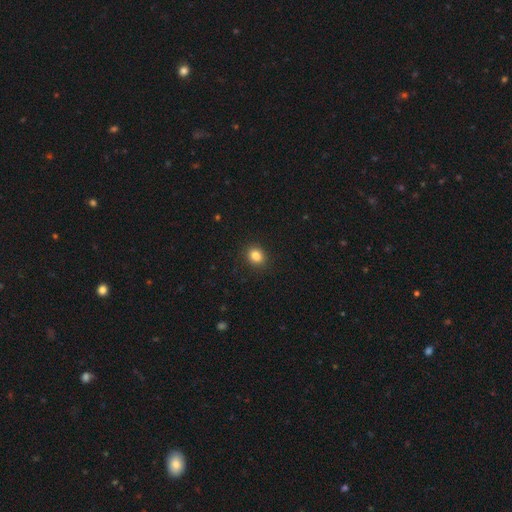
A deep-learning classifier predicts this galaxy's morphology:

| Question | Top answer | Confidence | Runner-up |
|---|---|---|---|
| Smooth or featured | smooth | 84% | star or artifact (11%) |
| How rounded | round | 65% | in between (34%) |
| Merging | none | 90% | minor disturbance (7%) |